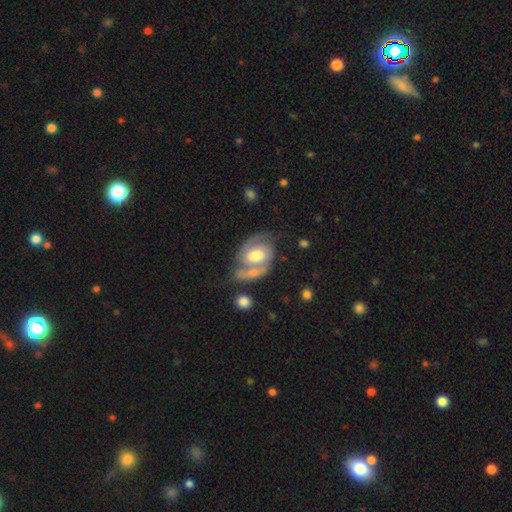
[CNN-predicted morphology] The model was most divided on "bar": no: 50%, weak: 37%, strong: 13%. Remaining: edge-on disk — no (97%); spiral arms — yes (88%); spiral arm count — 2 (81%); smooth or featured — featured or disk (75%); bulge size — moderate (50%); spiral winding — medium (48%); merging — none (46%).